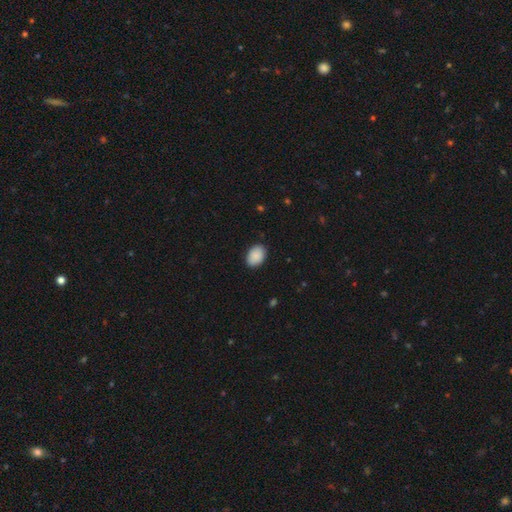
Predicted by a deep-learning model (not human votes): A smooth galaxy with no disk features (90%) that is in between round and cigar-shaped (81%).

Vote fractions:
- Smooth or featured? smooth: 90% / star or artifact: 6% / featured or disk: 4%
- How rounded? in between: 81% / round: 18% / cigar-shaped: 1%
- Merging? none: 87% / minor disturbance: 10% / major disturbance: 2% / merger: 1%